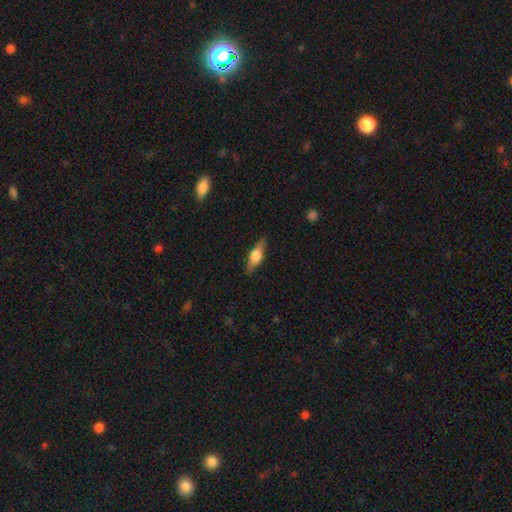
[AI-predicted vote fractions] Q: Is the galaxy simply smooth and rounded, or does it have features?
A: featured or disk — 58%.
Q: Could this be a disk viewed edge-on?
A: yes — 94%.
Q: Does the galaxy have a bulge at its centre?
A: rounded — 90%.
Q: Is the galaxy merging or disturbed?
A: none — 86%.